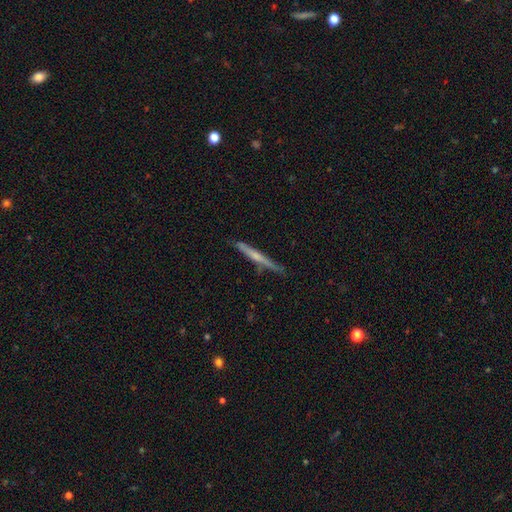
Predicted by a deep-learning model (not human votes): This is possibly a featured or disk galaxy (59%). It is clearly viewed edge-on (97%). Edge-on bulge: possibly rounded (50%). Merging: clearly none (84%).